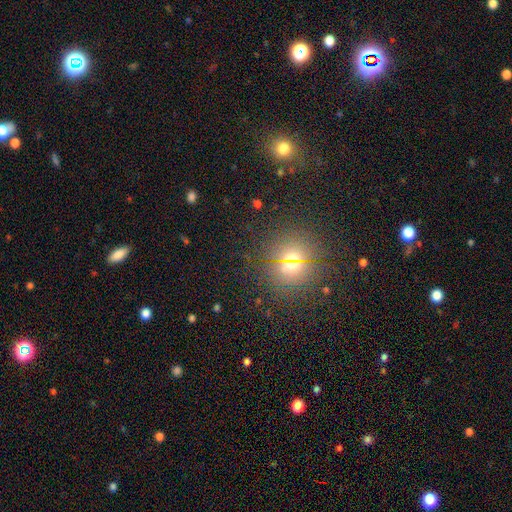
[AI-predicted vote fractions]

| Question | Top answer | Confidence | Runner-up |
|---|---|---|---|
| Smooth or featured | smooth | 45% | star or artifact (44%) |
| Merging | none | 72% | merger (15%) |